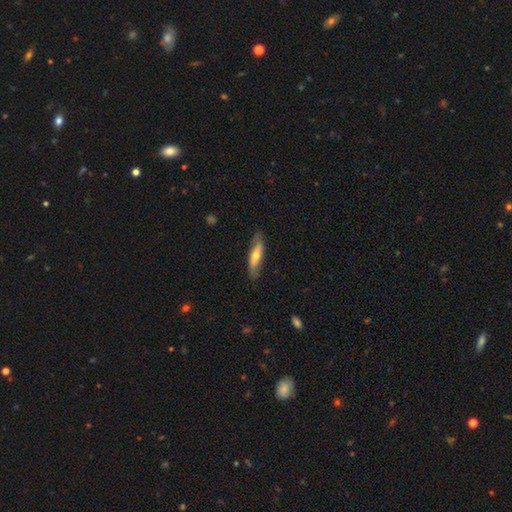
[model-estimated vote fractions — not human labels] This is possibly a smooth galaxy (49%). Merging: likely none (79%).